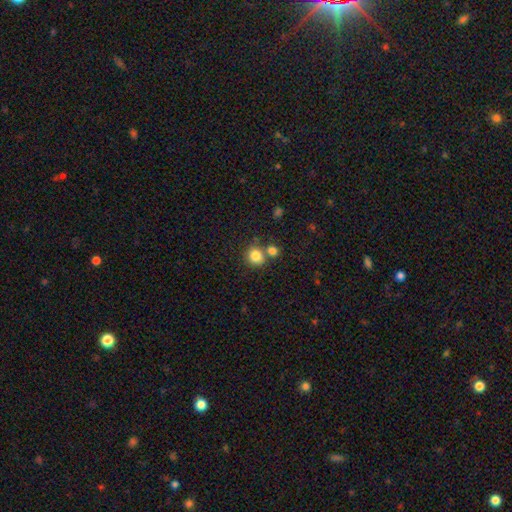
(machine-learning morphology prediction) A smooth galaxy with no disk features (83%) that is round (86%).

Vote fractions:
- Smooth or featured? smooth: 83% / star or artifact: 11% / featured or disk: 7%
- How rounded? round: 86% / in between: 13% / cigar-shaped: 1%
- Merging? none: 62% / merger: 26% / minor disturbance: 9% / major disturbance: 3%